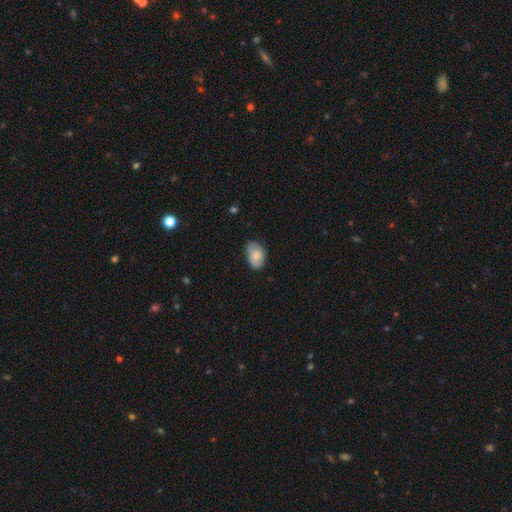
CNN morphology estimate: smooth-or-featured: smooth: 75% | featured or disk: 18% | star or artifact: 7%
  how-rounded: in between: 84% | round: 14% | cigar-shaped: 1%
  merging: none: 68% | minor disturbance: 26% | major disturbance: 5% | merger: 1%